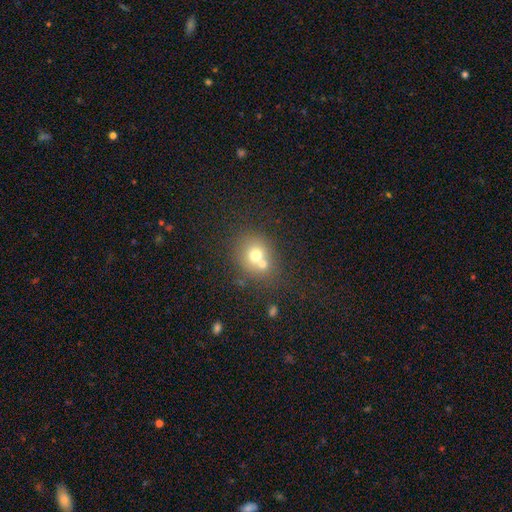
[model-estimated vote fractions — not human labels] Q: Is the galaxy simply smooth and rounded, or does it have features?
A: smooth — 68%.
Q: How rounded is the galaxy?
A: round — 78%.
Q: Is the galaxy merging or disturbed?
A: merger — 46%.